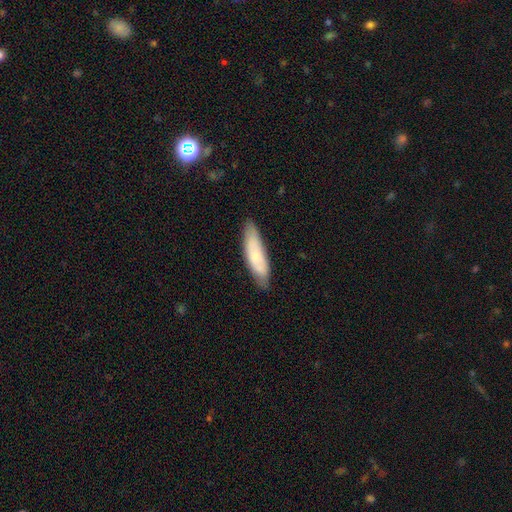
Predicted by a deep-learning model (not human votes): Smooth or featured?
  - smooth: 68% *
  - featured or disk: 26%
  - star or artifact: 6%
How rounded?
  - cigar-shaped: 60% *
  - in between: 38%
  - round: 1%
Merging?
  - none: 76% *
  - minor disturbance: 19%
  - major disturbance: 3%
  - merger: 1%